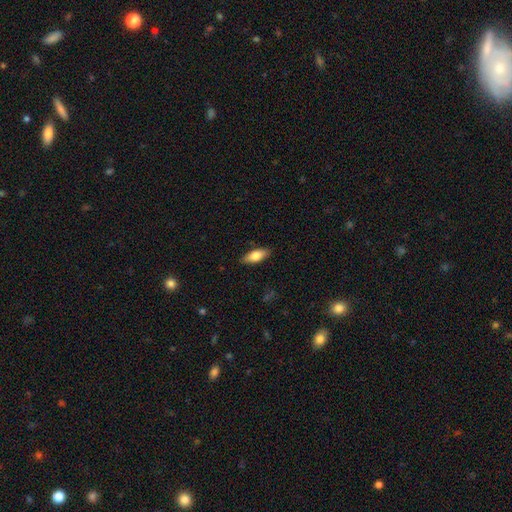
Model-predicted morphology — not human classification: smooth_or_featured: smooth (p=0.76) [alt: featured or disk p=0.17]
how_rounded: in between (p=0.75) [alt: cigar-shaped p=0.23]
merging: none (p=0.87) [alt: minor disturbance p=0.10]